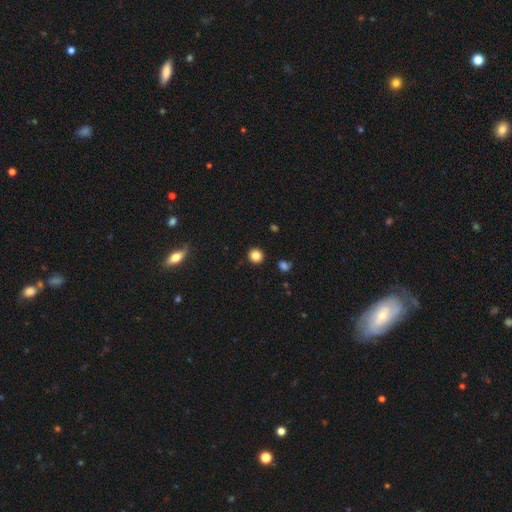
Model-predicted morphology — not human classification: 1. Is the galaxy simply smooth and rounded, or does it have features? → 84% smooth, 11% star or artifact, 5% featured or disk.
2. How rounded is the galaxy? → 92% round, 7% in between, 1% cigar-shaped.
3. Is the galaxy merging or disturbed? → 91% none, 5% minor disturbance, 2% merger, 2% major disturbance.